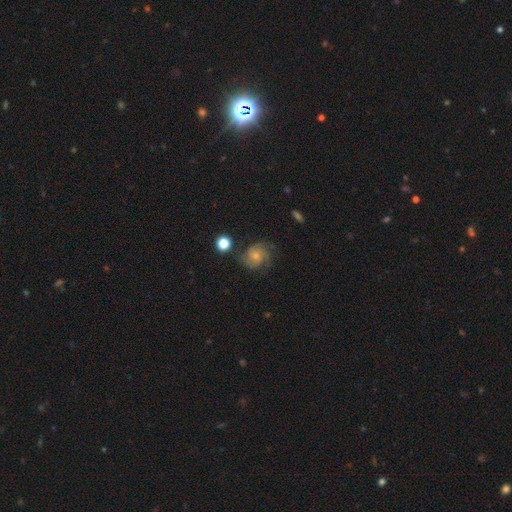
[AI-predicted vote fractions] This is likely a featured or disk galaxy (69%). It is clearly not viewed edge-on (98%). Bar: likely no (77%). Spiral arm pattern: clearly yes (93%). Spiral arm count: marginally 3 (33%). Spiral winding: marginally medium (43%, tied with tight). Central bulge: likely small (61%). Merging: likely none (69%).